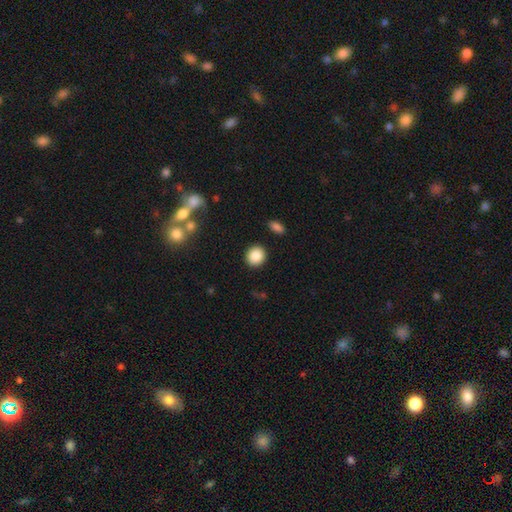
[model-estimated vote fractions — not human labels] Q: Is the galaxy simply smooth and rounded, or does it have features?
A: smooth — 87%.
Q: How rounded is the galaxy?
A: round — 86%.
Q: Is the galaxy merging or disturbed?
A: none — 91%.